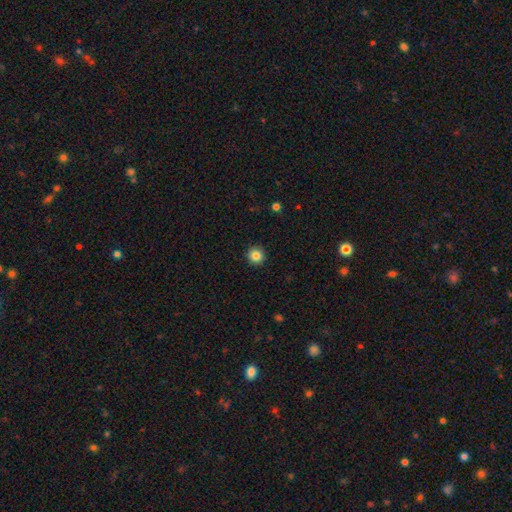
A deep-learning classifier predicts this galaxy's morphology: smooth 85%, star or artifact 11%, featured or disk 5%. Down the decision tree: how rounded — round (95%); merging — none (93%).